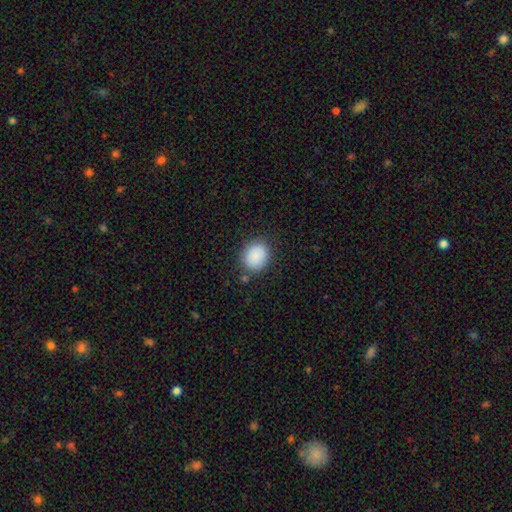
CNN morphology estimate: A smooth galaxy with no disk features (87%) that is round (66%). Merging: none (83%).